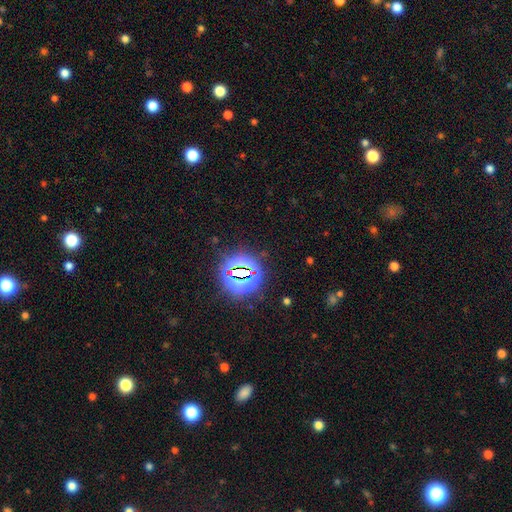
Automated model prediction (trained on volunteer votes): Overall: star or artifact (80%).